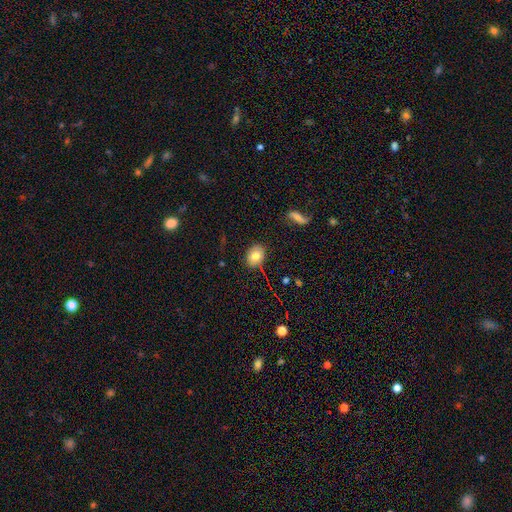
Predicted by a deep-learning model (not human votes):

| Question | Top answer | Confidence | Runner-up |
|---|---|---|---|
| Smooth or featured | smooth | 79% | featured or disk (12%) |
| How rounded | in between | 61% | round (37%) |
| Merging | none | 78% | minor disturbance (16%) |